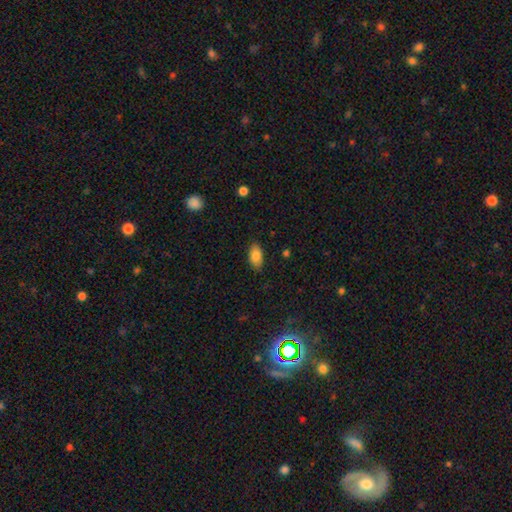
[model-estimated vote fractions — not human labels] smooth-or-featured: smooth: 85% | star or artifact: 8% | featured or disk: 7%
  how-rounded: in between: 92% | round: 4% | cigar-shaped: 4%
  merging: none: 85% | minor disturbance: 11% | major disturbance: 2% | merger: 1%